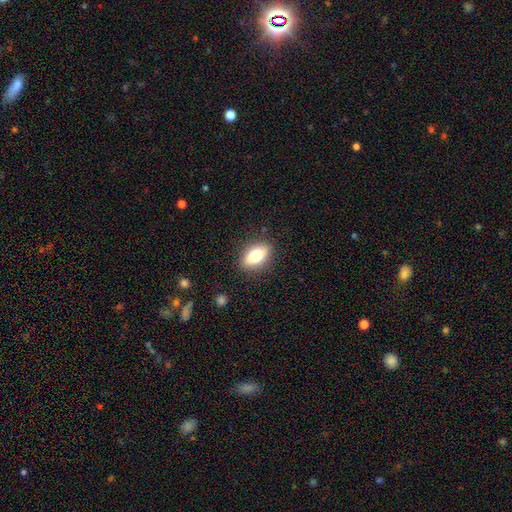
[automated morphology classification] This is likely a smooth galaxy (73%). How rounded: clearly in between (83%). Merging: clearly none (86%).